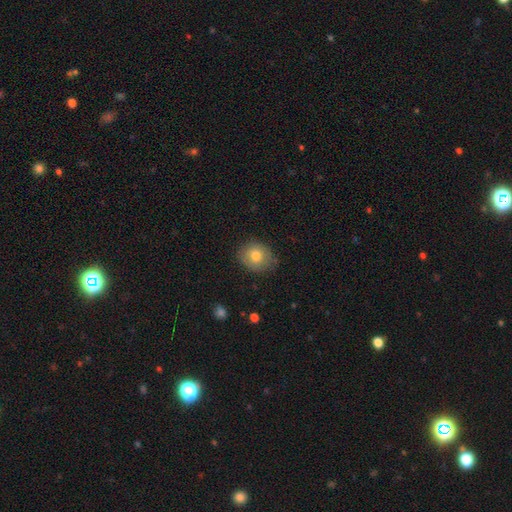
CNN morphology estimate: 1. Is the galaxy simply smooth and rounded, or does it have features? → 75% smooth, 16% featured or disk, 8% star or artifact.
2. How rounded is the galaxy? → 60% round, 39% in between, 1% cigar-shaped.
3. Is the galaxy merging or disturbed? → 78% none, 17% minor disturbance, 3% major disturbance, 1% merger.